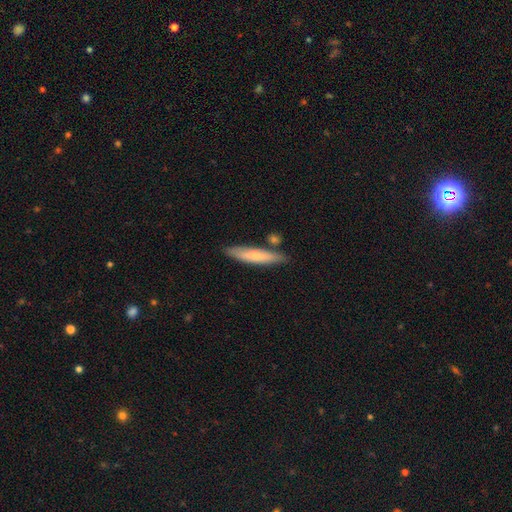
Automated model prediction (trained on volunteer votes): Smooth or featured? Predicted: smooth (p=0.66). How rounded? Predicted: cigar-shaped (p=0.87). Merging? Predicted: none (p=0.79).